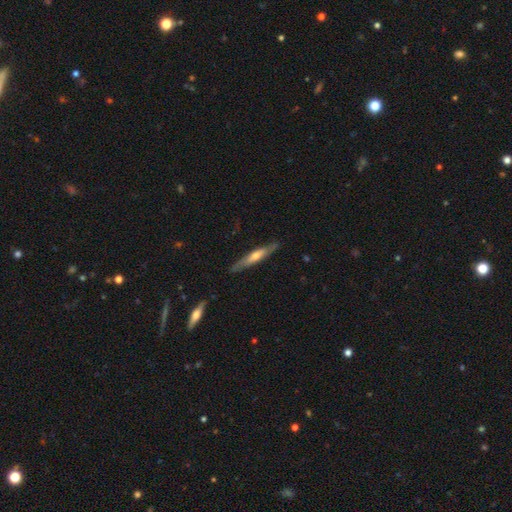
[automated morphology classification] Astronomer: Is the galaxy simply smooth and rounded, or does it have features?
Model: featured or disk — 58% (runner-up: smooth, 36%).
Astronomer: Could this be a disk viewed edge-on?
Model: yes — 86%.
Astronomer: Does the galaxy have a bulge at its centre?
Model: rounded — 71%.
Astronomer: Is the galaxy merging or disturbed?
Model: none — 84%.